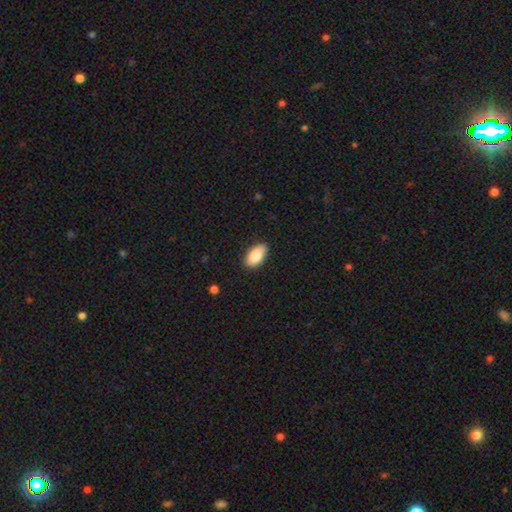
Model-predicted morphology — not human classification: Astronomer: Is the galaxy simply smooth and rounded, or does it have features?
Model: smooth — 89%.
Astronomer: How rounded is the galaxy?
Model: in between — 95%.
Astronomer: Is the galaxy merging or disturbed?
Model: none — 87%.